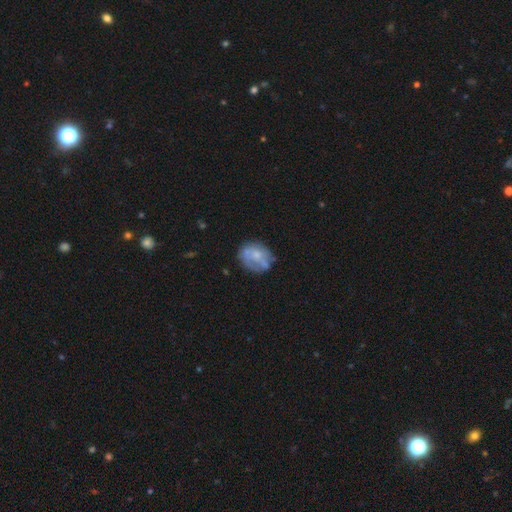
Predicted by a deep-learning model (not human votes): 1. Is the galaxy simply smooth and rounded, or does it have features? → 48% featured or disk, 44% smooth, 8% star or artifact.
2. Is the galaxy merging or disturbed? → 55% none, 25% minor disturbance, 13% major disturbance, 7% merger.